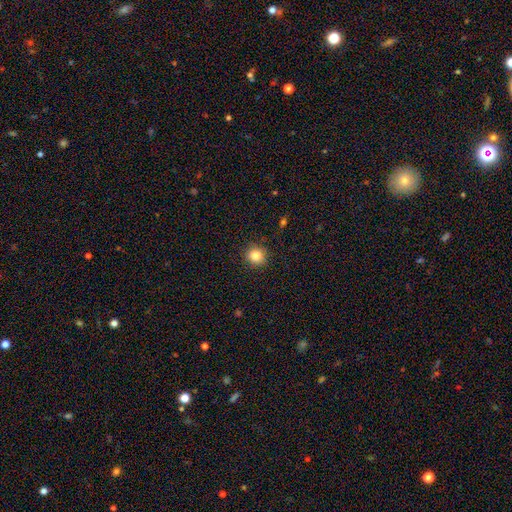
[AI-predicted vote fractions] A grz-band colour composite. It shows a smooth galaxy with no disk features (85%) that is round (89%). Merging: none (90%).